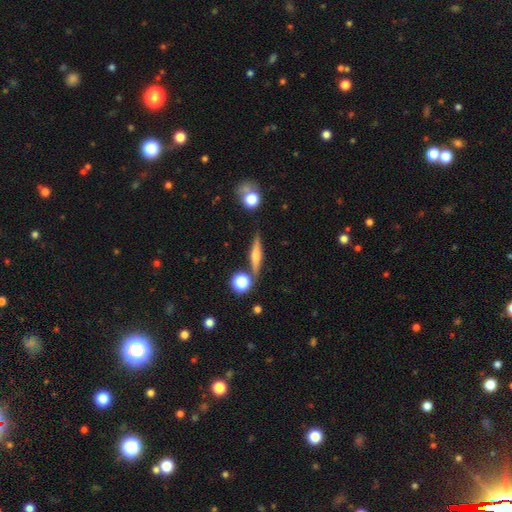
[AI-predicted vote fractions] Smooth or featured: featured or disk — 59% (smooth — 32%)
Edge-on disk: yes — 95% (no — 5%)
Edge-on bulge: rounded — 83% (boxy — 10%)
Merging: none — 80% (minor disturbance — 10%)